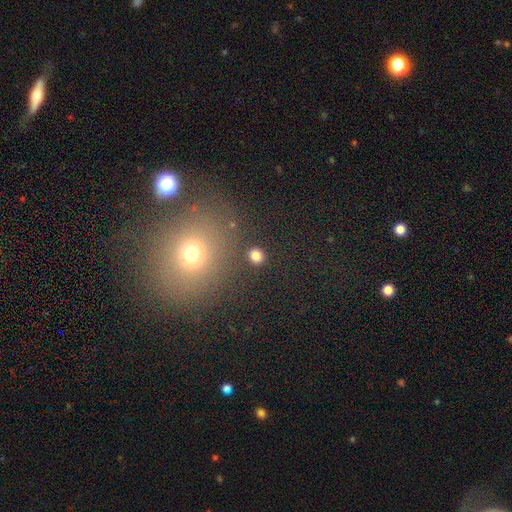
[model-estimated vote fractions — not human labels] smooth-or-featured: smooth: 81% | star or artifact: 14% | featured or disk: 5%
  how-rounded: round: 81% | in between: 18% | cigar-shaped: 1%
  merging: none: 87% | minor disturbance: 6% | merger: 4% | major disturbance: 3%